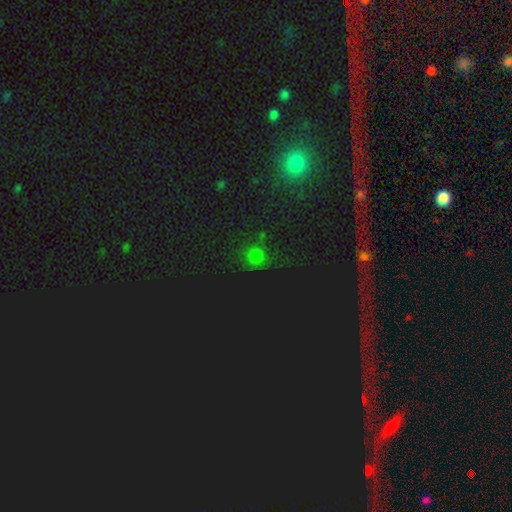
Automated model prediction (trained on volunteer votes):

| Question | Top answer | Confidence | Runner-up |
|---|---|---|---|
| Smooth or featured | smooth | 51% | star or artifact (41%) |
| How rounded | round | 86% | in between (13%) |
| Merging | none | 75% | minor disturbance (14%) |